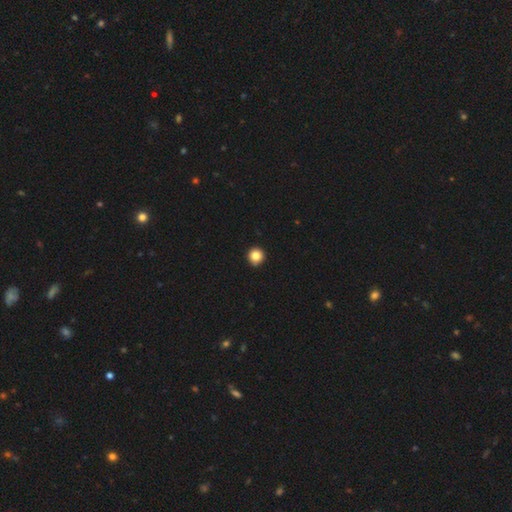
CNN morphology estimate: Q: Smooth or featured?
A: smooth (83%); runner-up: star or artifact (11%)
Q: How rounded?
A: round (95%); runner-up: in between (4%)
Q: Merging?
A: none (92%); runner-up: minor disturbance (5%)